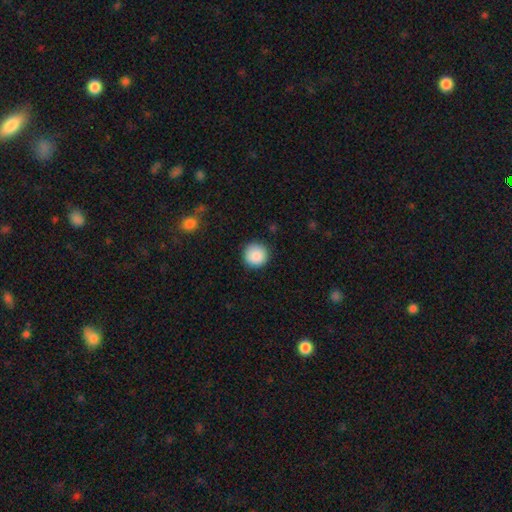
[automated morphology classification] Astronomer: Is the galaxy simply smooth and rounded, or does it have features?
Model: smooth — 89%.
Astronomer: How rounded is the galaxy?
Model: round — 96%.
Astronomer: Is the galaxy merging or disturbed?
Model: none — 91%.